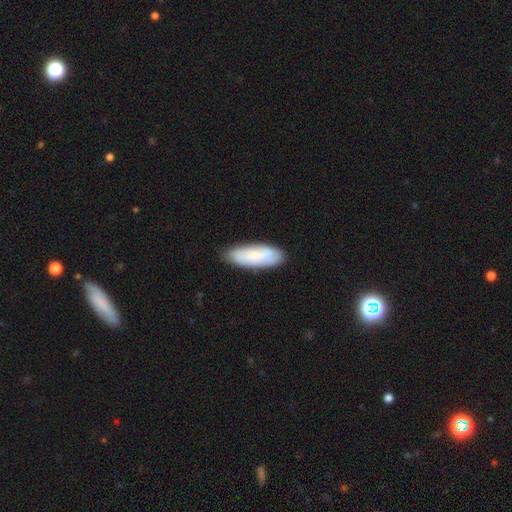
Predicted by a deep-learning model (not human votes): A smooth galaxy with no disk features (70%) that is in between round and cigar-shaped (61%).

Vote fractions:
- Smooth or featured? smooth: 70% / featured or disk: 23% / star or artifact: 7%
- How rounded? in between: 61% / cigar-shaped: 37% / round: 2%
- Merging? none: 80% / minor disturbance: 15% / major disturbance: 3% / merger: 2%